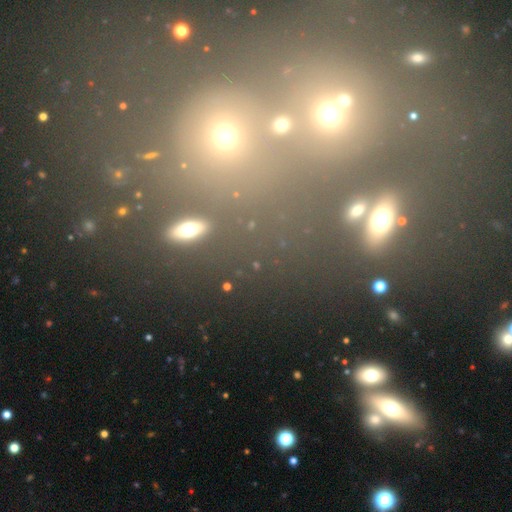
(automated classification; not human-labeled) Morphology: type=star or artifact (54%).